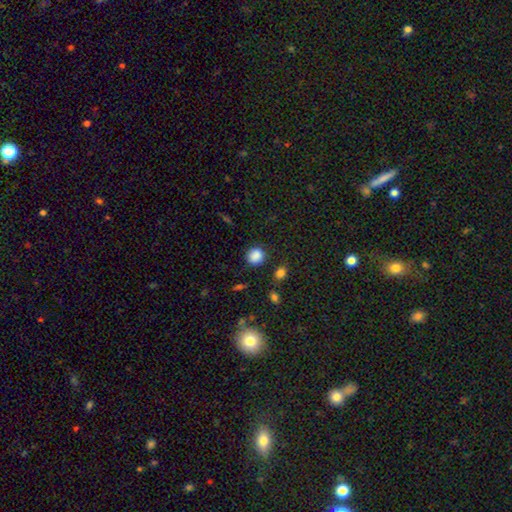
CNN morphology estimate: smooth 85%, star or artifact 11%, featured or disk 4%. Down the decision tree: how rounded — round (85%); merging — none (82%).